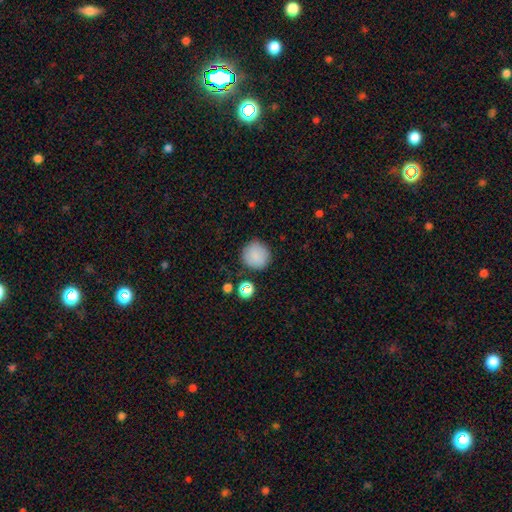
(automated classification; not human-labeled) Smooth or featured? smooth (86%)
How rounded? round (94%)
Merging? none (86%)